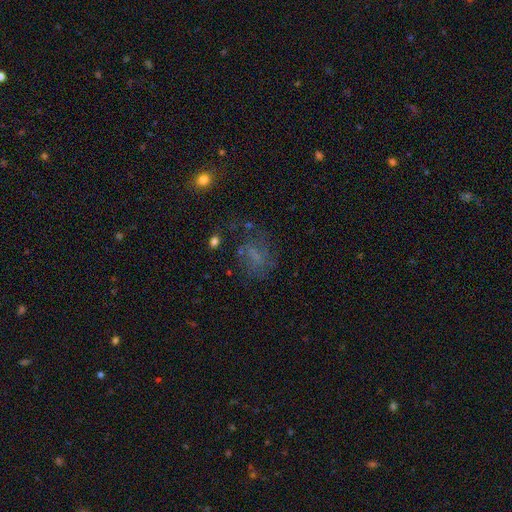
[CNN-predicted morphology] Overall: smooth (39%; featured or disk 36%). Merging: none (49%; major disturbance 27%).